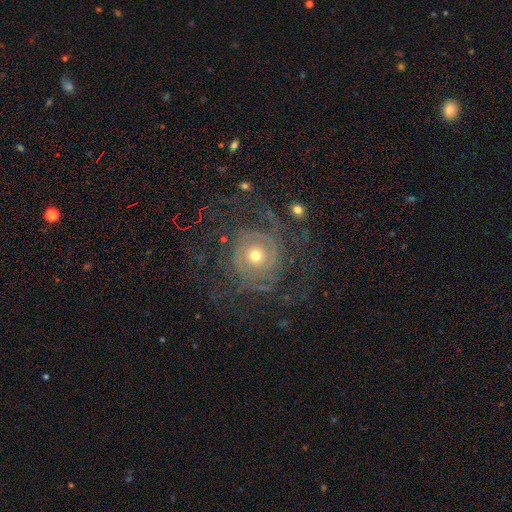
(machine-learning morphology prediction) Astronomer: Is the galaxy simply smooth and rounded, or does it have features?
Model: featured or disk — 79%.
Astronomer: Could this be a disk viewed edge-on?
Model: no — 97%.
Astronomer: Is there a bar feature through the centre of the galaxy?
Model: no — 83%.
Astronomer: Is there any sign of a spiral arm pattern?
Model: yes — 88%.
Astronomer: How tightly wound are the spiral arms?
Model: tight — 61%.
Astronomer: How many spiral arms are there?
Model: can't tell — 35% (runner-up: 2, 23%).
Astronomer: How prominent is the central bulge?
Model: moderate — 51% (runner-up: small, 43%).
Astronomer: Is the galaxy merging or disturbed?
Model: none — 65%.